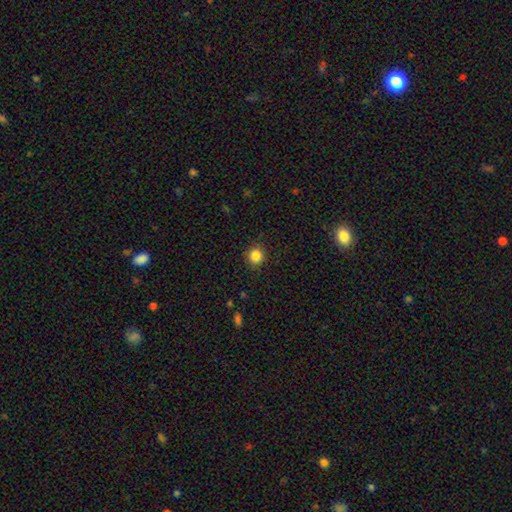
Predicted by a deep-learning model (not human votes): Smooth or featured? smooth (85%)
How rounded? round (90%)
Merging? none (90%)